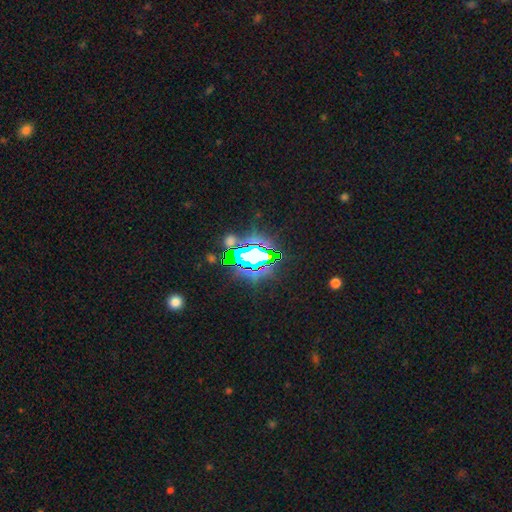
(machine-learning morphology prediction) Overall: star or artifact (71%).